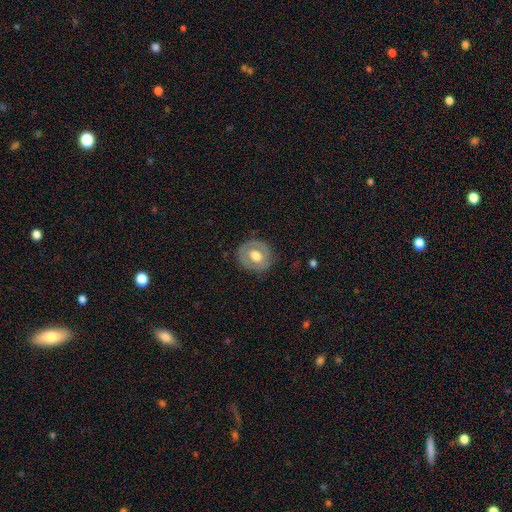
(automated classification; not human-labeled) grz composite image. It shows a smooth galaxy with no disk features (47%). Merging: none (79%).